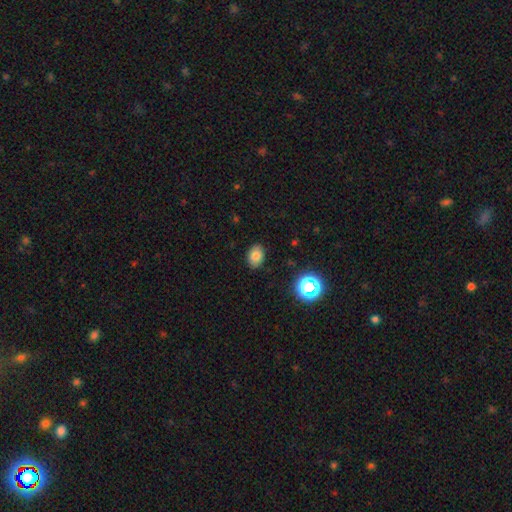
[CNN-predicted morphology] type=smooth (79%); roundness=in between (73%); merging=none (87%).